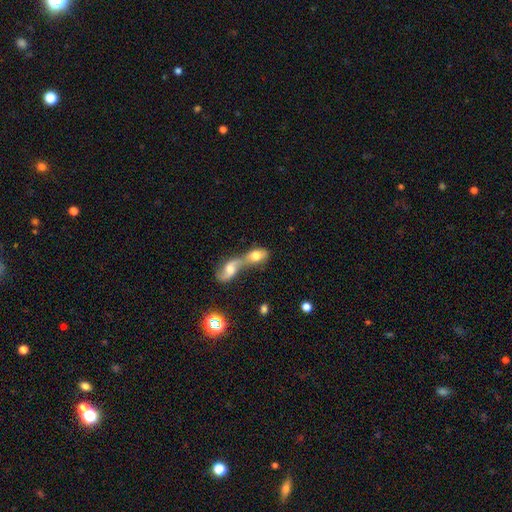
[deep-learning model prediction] smooth 65%, featured or disk 26%, star or artifact 9%. Down the decision tree: how rounded — in between (78%); merging — merger (79%).